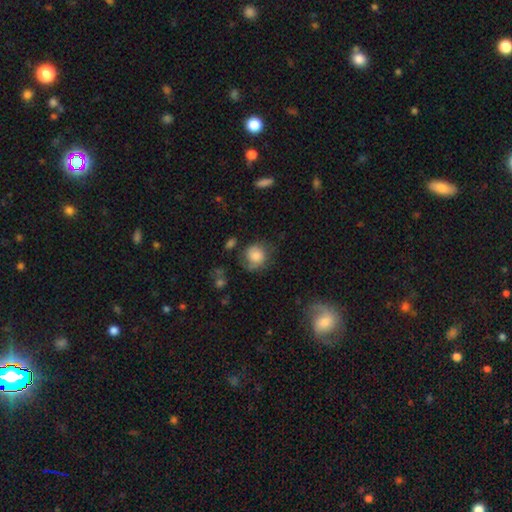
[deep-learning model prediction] Smooth or featured: smooth — 67% (featured or disk — 25%)
How rounded: round — 78% (in between — 21%)
Merging: none — 52% (minor disturbance — 27%)